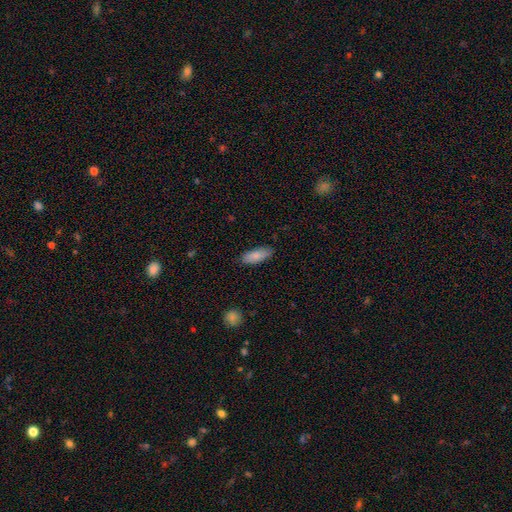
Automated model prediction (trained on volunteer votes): Morphology: type=smooth (85%); roundness=in between (74%); merging=none (84%).